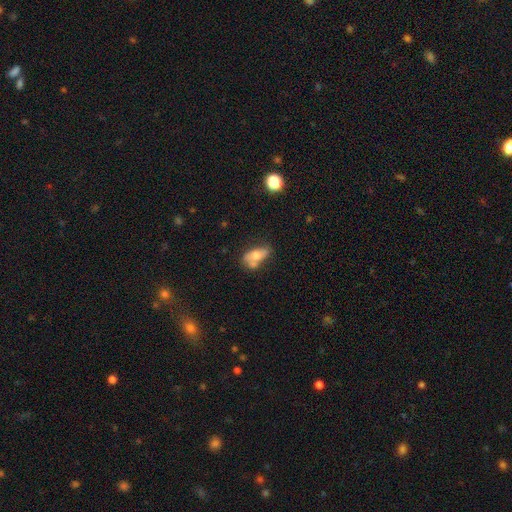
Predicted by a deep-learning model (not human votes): smooth-or-featured: smooth: 55% | featured or disk: 36% | star or artifact: 9%
  how-rounded: in between: 85% | round: 8% | cigar-shaped: 7%
  merging: none: 36% | merger: 28% | minor disturbance: 23% | major disturbance: 13%